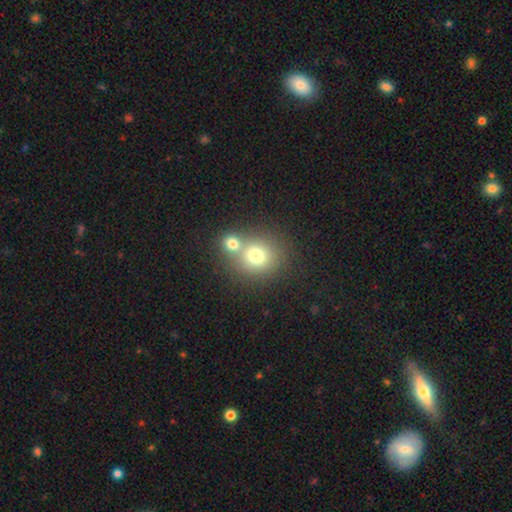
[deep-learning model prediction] smooth-or-featured: smooth: 73% | featured or disk: 13% | star or artifact: 13%
  how-rounded: round: 81% | in between: 18% | cigar-shaped: 1%
  merging: merger: 47% | none: 43% | minor disturbance: 7% | major disturbance: 3%